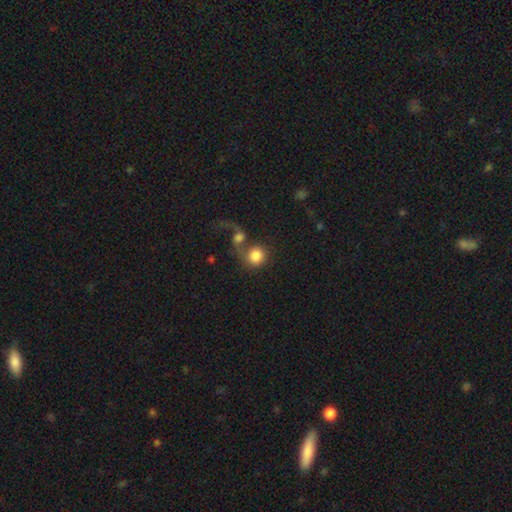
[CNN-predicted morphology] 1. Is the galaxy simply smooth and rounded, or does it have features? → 77% smooth, 15% featured or disk, 8% star or artifact.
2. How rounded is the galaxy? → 86% round, 13% in between, 1% cigar-shaped.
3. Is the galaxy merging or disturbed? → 55% merger, 26% none, 12% major disturbance, 7% minor disturbance.